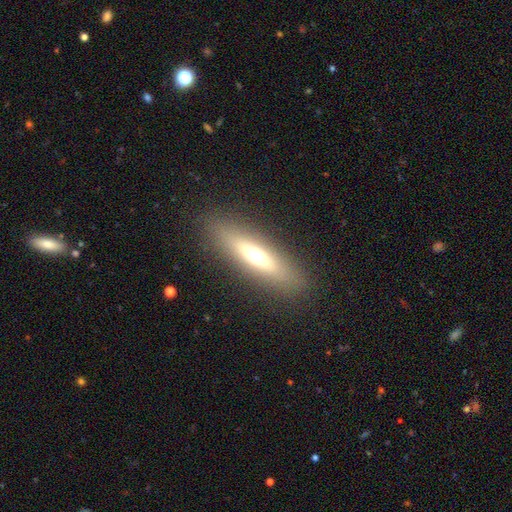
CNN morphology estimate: A smooth galaxy with no disk features (51%) that is cigar-shaped (63%). Merging: none (87%).